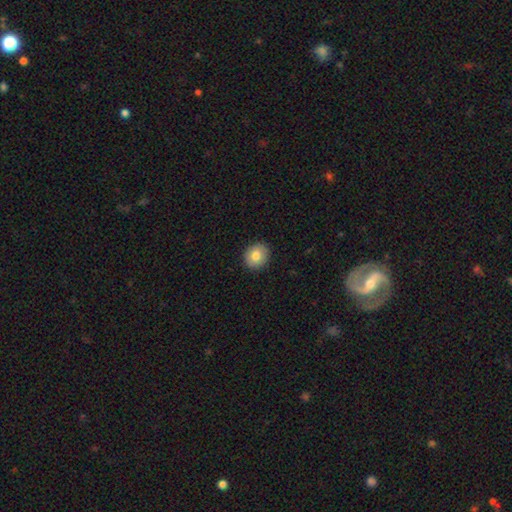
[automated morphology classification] Smooth or featured: smooth — 82% (featured or disk — 9%)
How rounded: round — 76% (in between — 23%)
Merging: none — 91% (minor disturbance — 7%)